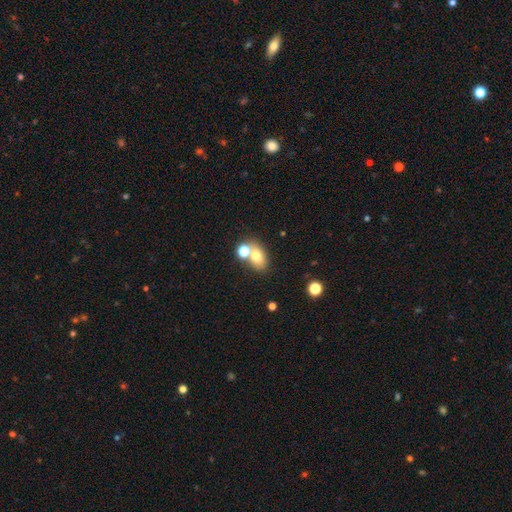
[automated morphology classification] The model was most divided on "merging": none: 51%, merger: 34%, minor disturbance: 10%, major disturbance: 4%. More confident: smooth or featured — smooth (72%); how rounded — in between (70%).